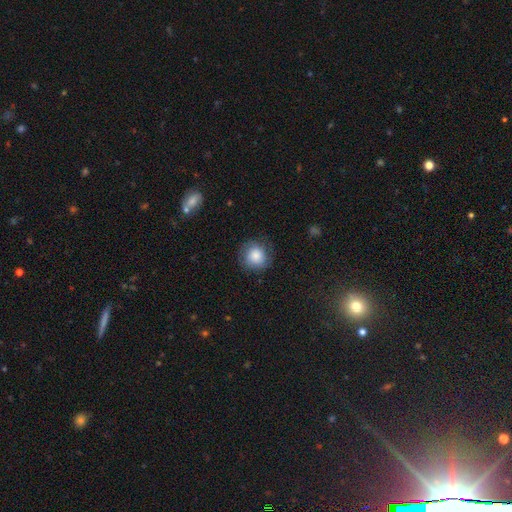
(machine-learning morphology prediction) Smooth or featured? Predicted: smooth (p=0.76). How rounded? Predicted: round (p=0.91). Merging? Predicted: none (p=0.78).